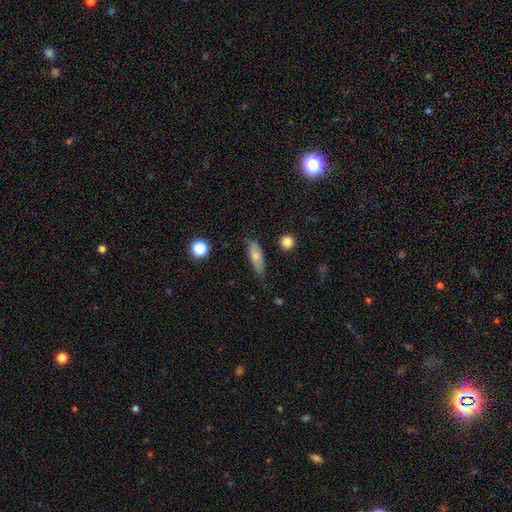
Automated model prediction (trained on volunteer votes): smooth_or_featured: smooth (p=0.69) [alt: featured or disk p=0.24]
how_rounded: in between (p=0.58) [alt: cigar-shaped p=0.38]
merging: none (p=0.72) [alt: minor disturbance p=0.22]